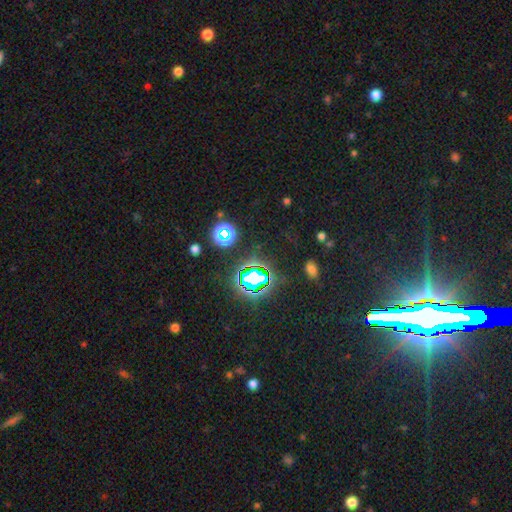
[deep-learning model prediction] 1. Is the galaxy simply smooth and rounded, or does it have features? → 78% star or artifact, 14% smooth, 8% featured or disk.